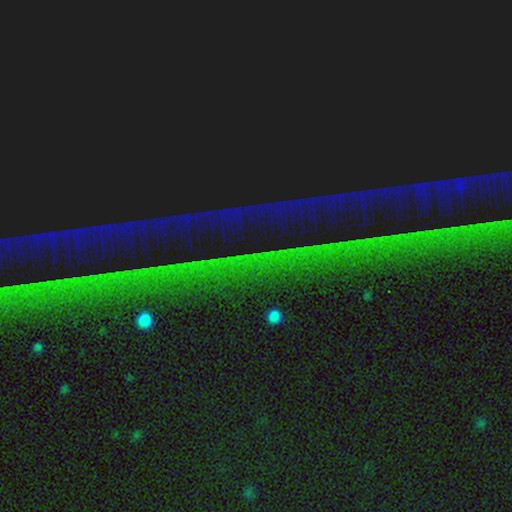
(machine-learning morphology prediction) Overall: star or artifact (89%).